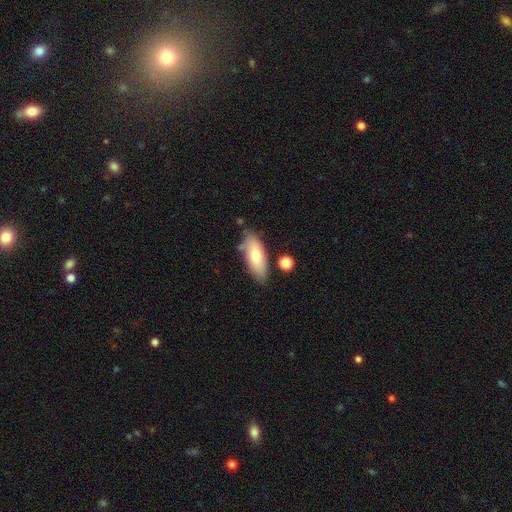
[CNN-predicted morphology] This appears to be a smooth galaxy with no disk features (74%) that is in between round and cigar-shaped (76%). Merging: none (75%).